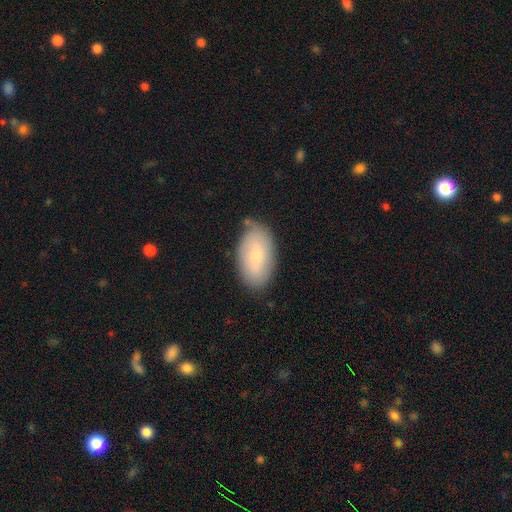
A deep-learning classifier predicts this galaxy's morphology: Smooth or featured?
  - smooth: 64% *
  - featured or disk: 30%
  - star or artifact: 7%
How rounded?
  - in between: 94% *
  - round: 4%
  - cigar-shaped: 2%
Merging?
  - none: 75% *
  - minor disturbance: 19%
  - major disturbance: 4%
  - merger: 3%